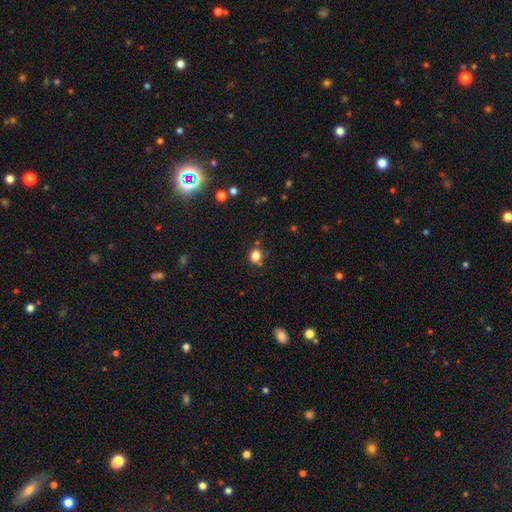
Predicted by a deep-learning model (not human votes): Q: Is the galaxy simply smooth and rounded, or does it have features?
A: smooth — 81%.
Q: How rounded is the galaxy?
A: round — 70%.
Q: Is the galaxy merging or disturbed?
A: none — 75%.